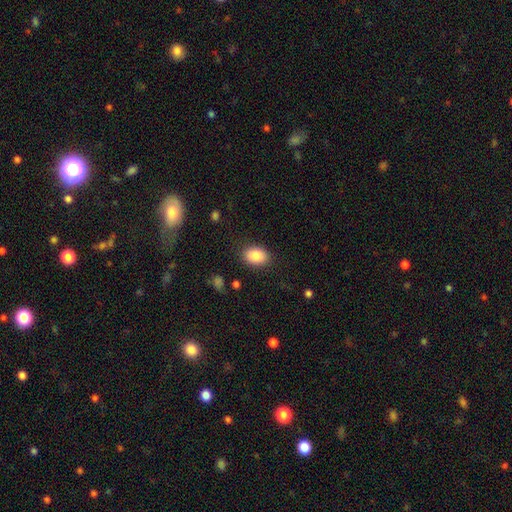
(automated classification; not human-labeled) A smooth galaxy with no disk features (87%) that is in between round and cigar-shaped (81%).

Vote fractions:
- Smooth or featured? smooth: 87% / star or artifact: 8% / featured or disk: 6%
- How rounded? in between: 81% / round: 18% / cigar-shaped: 1%
- Merging? none: 86% / minor disturbance: 10% / major disturbance: 3% / merger: 1%